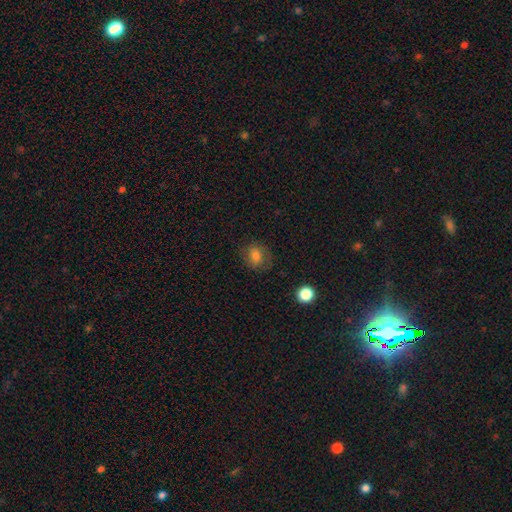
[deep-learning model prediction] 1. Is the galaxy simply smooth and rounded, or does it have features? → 74% smooth, 15% featured or disk, 11% star or artifact.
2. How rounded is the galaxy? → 53% round, 45% in between, 1% cigar-shaped.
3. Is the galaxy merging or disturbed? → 73% none, 18% minor disturbance, 8% major disturbance, 1% merger.